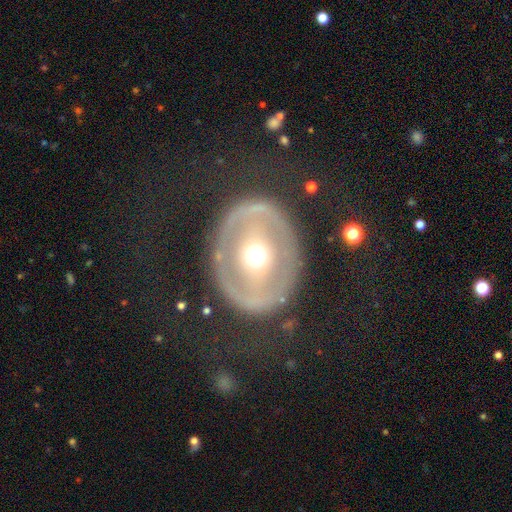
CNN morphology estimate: A featured or disk galaxy (68%) with no bar (50%), no spiral arms (73%) and a moderate central bulge (72%). Merging: none (77%).